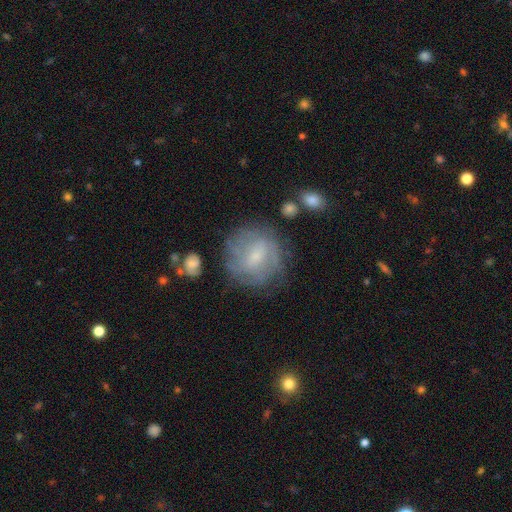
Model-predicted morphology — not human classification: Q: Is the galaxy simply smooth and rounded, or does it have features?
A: featured or disk — 58%.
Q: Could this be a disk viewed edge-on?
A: no — 96%.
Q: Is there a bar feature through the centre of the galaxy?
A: weak — 55%.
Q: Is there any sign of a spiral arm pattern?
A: yes — 70%.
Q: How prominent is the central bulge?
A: small — 57%.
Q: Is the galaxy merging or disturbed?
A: none — 72%.